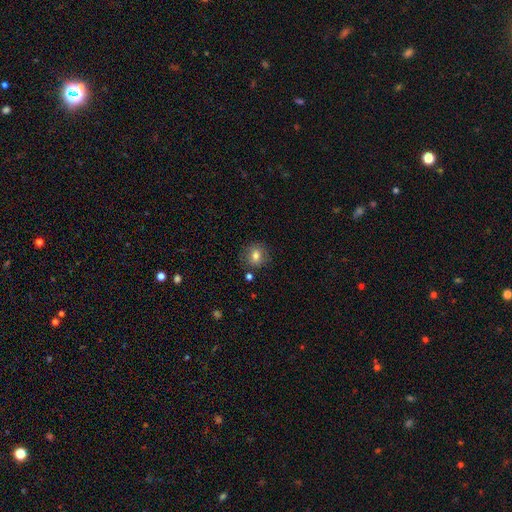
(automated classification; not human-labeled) Smooth or featured? Predicted: smooth (p=0.77). How rounded? Predicted: round (p=0.78). Merging? Predicted: none (p=0.83).